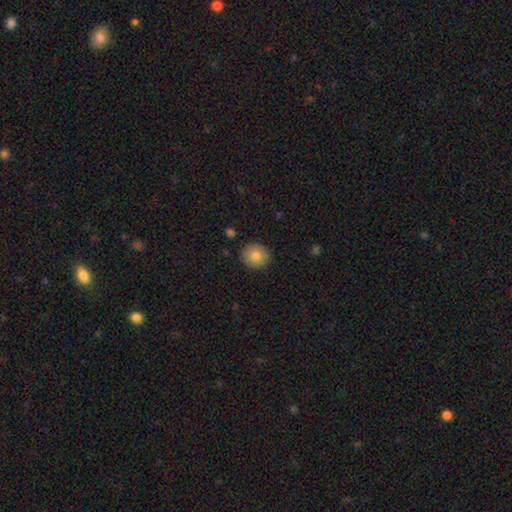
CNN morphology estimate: Smooth or featured? Predicted: smooth (p=0.82). How rounded? Predicted: round (p=0.88). Merging? Predicted: none (p=0.89).